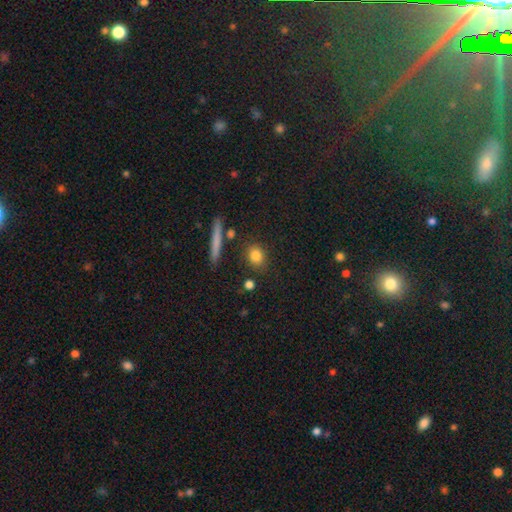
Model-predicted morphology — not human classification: A smooth galaxy with no disk features (82%) that is round (62%). Merging: none (82%).